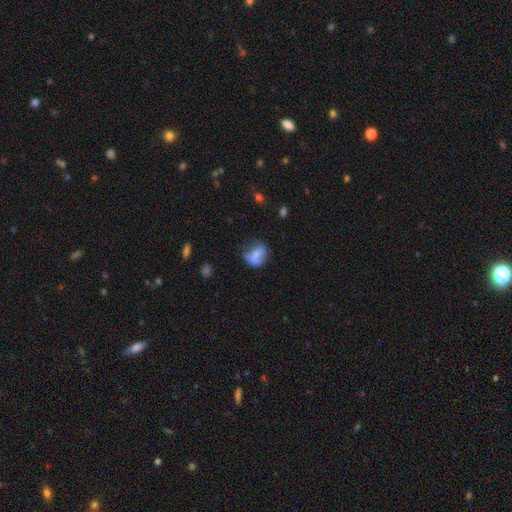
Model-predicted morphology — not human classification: Smooth or featured? Predicted: smooth (p=0.64). How rounded? Predicted: in between (p=0.59). Merging? Predicted: none (p=0.39).